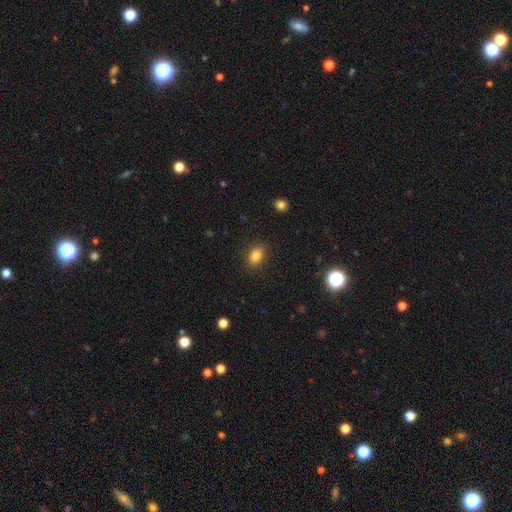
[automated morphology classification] smooth-or-featured: smooth: 84% | star or artifact: 11% | featured or disk: 5%
  how-rounded: in between: 70% | round: 29% | cigar-shaped: 1%
  merging: none: 87% | minor disturbance: 9% | major disturbance: 3% | merger: 1%